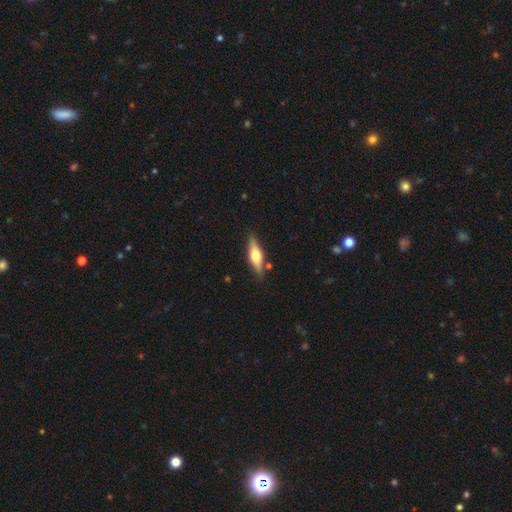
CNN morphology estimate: Smooth or featured: featured or disk — 60% (smooth — 34%)
Edge-on disk: yes — 94% (no — 6%)
Edge-on bulge: rounded — 94% (boxy — 4%)
Merging: none — 84% (minor disturbance — 10%)